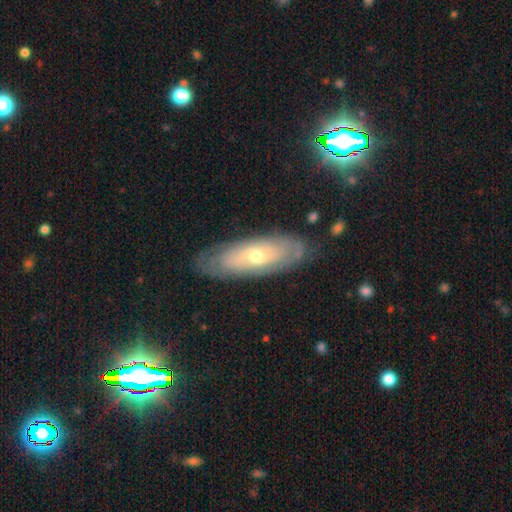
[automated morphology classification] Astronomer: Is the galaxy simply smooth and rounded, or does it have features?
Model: featured or disk — 67%.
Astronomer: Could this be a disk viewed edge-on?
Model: no — 78%.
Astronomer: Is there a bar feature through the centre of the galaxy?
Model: no — 69%.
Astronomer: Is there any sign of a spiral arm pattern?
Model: yes — 66%.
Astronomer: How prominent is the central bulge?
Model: moderate — 51% (runner-up: small, 44%).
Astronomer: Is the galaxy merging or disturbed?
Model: none — 81%.